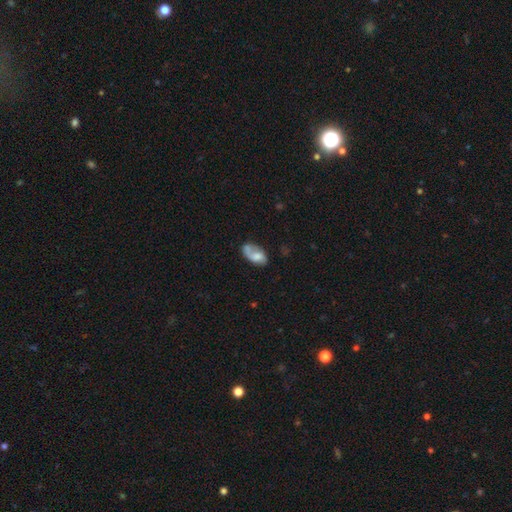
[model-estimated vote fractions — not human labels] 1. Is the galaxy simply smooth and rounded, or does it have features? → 52% smooth, 41% featured or disk, 8% star or artifact.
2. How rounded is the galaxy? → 92% in between, 6% round, 3% cigar-shaped.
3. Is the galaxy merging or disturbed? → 43% none, 26% minor disturbance, 21% major disturbance, 11% merger.